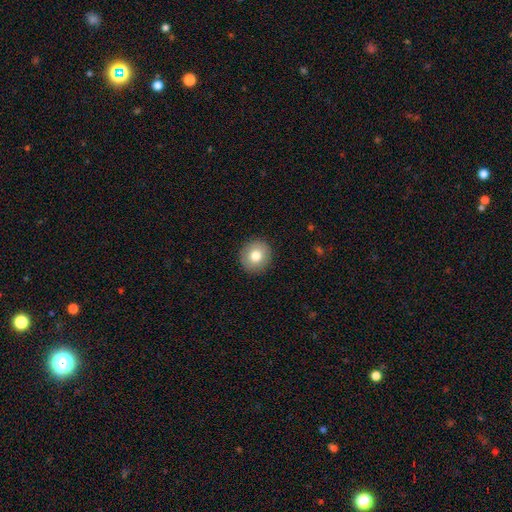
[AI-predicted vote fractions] Smooth or featured? Predicted: smooth (p=0.79). How rounded? Predicted: round (p=0.90). Merging? Predicted: none (p=0.92).